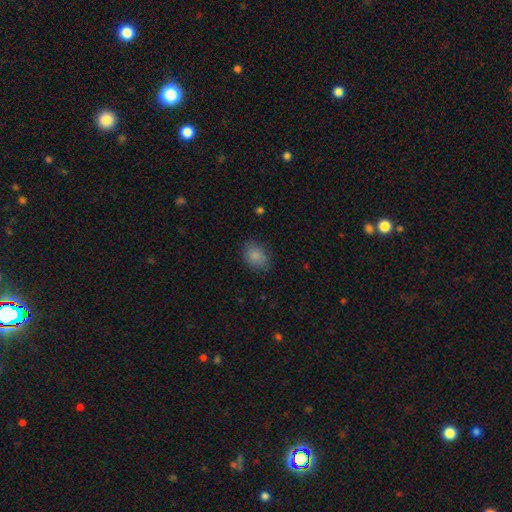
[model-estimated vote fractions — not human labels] smooth 86%, star or artifact 8%, featured or disk 5%. Down the decision tree: how rounded — in between (63%); merging — none (81%).